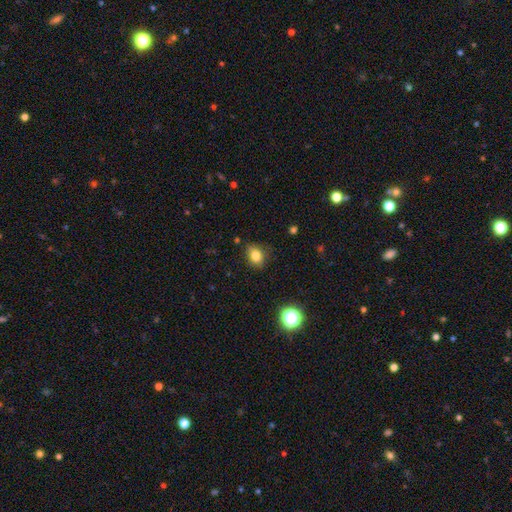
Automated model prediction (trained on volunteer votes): smooth_or_featured: smooth (p=0.81) [alt: star or artifact p=0.12]
how_rounded: in between (p=0.55) [alt: round p=0.44]
merging: none (p=0.79) [alt: minor disturbance p=0.16]